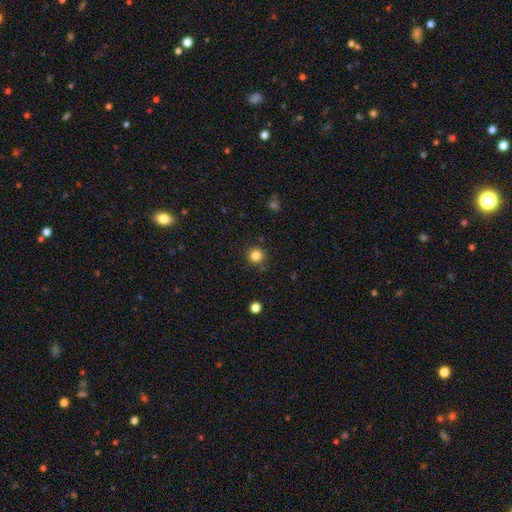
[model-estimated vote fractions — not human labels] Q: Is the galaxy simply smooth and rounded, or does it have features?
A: smooth — 84%.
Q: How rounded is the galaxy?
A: round — 95%.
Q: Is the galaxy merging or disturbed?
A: none — 89%.